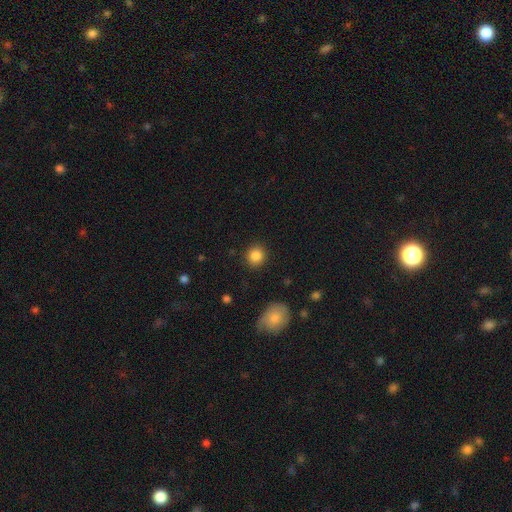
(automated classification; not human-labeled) A smooth galaxy with no disk features (86%) that is round (88%). Merging: none (90%).